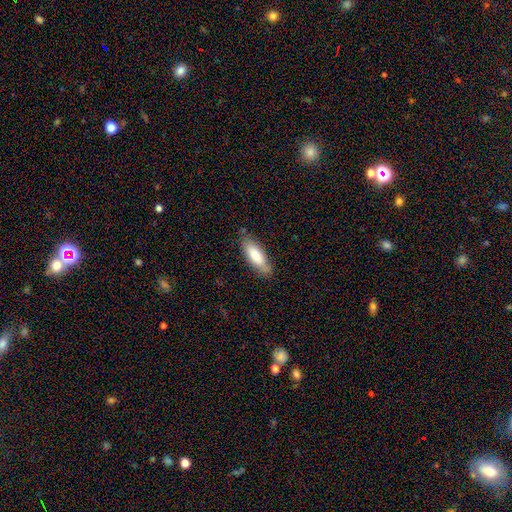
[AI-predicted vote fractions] Morphology: type=smooth (75%); roundness=in between (60%); merging=none (80%).